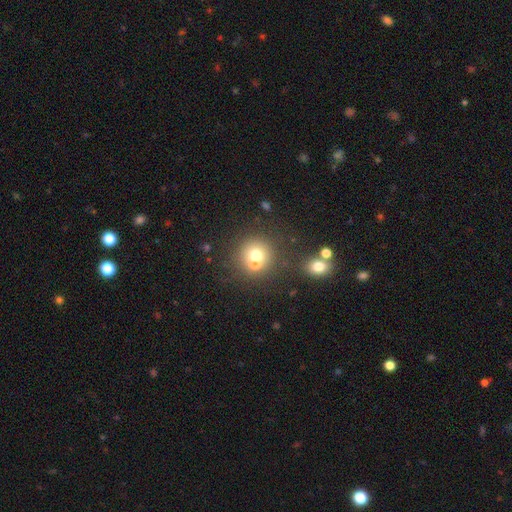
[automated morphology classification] The model was most divided on "merging": none: 51%, merger: 38%, minor disturbance: 7%, major disturbance: 4%. More confident: how rounded — round (90%); smooth or featured — smooth (67%).